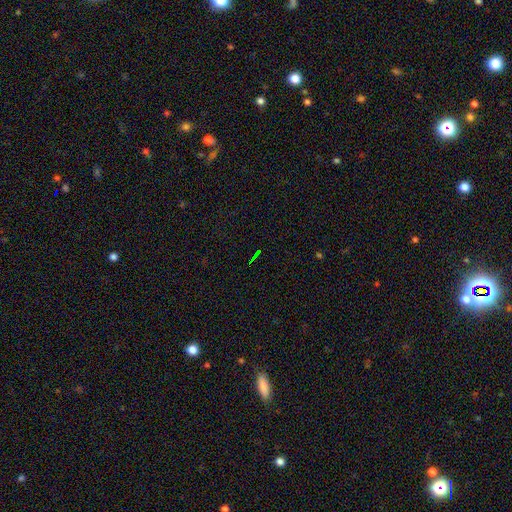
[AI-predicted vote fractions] This is likely a star or artifact rather than a galaxy (75%).